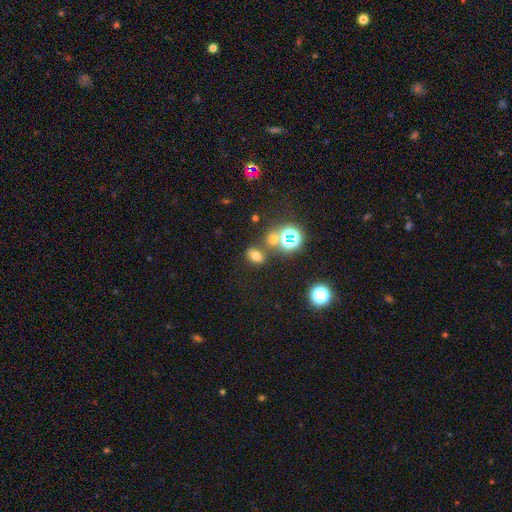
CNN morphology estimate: This appears to be a smooth galaxy with no disk features (64%) that is in between round and cigar-shaped (64%). Merging: none (73%).